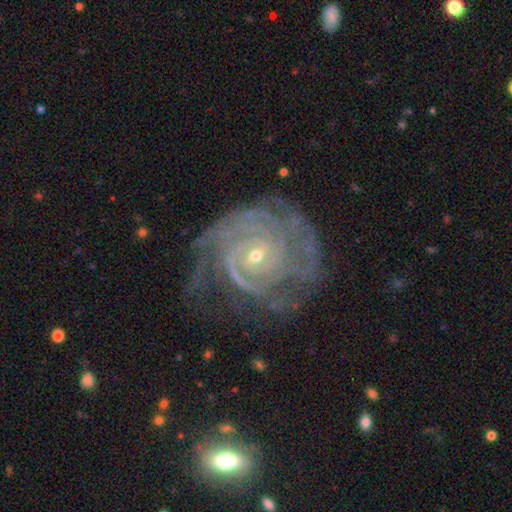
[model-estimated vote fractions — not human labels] Smooth or featured? featured or disk (90%)
Edge-on disk? no (97%)
Bar? no (63%)
Spiral arms? yes (98%)
Spiral winding? tight (78%)
Spiral arm count? can't tell (25%)
Bulge size? small (72%)
Merging? none (65%)